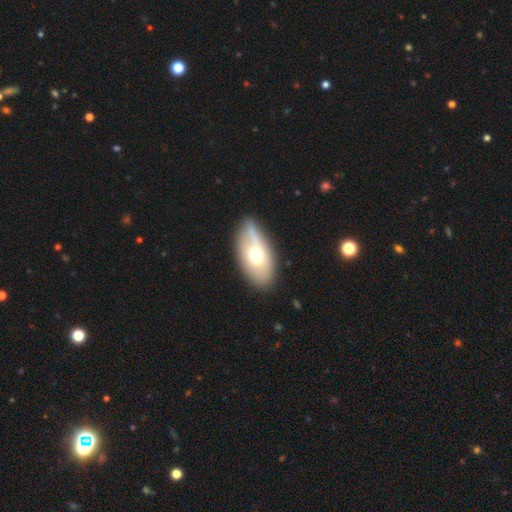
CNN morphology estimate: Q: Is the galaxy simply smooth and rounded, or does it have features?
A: smooth — 57%.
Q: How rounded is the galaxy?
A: in between — 89%.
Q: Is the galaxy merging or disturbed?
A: none — 77%.